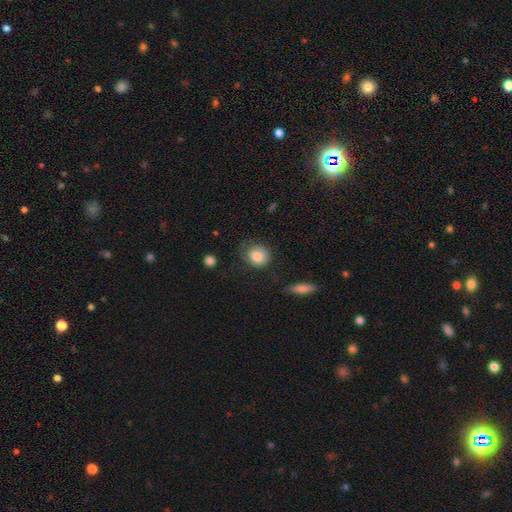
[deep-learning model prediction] This is likely a smooth galaxy (80%). How rounded: likely round (76%). Merging: possibly none (55%).